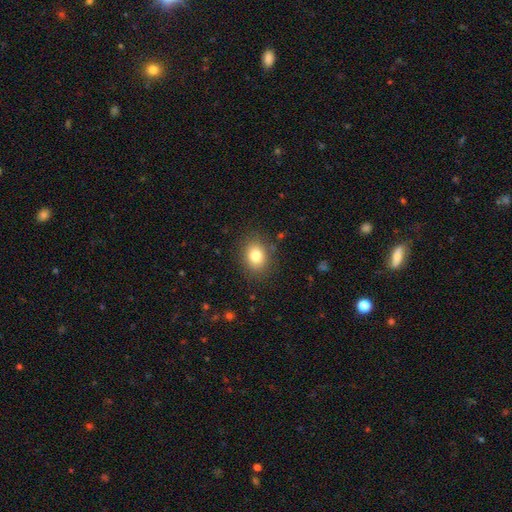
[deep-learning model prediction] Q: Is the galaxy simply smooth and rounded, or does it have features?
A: smooth — 80%.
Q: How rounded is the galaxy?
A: round — 50%.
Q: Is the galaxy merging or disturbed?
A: none — 86%.